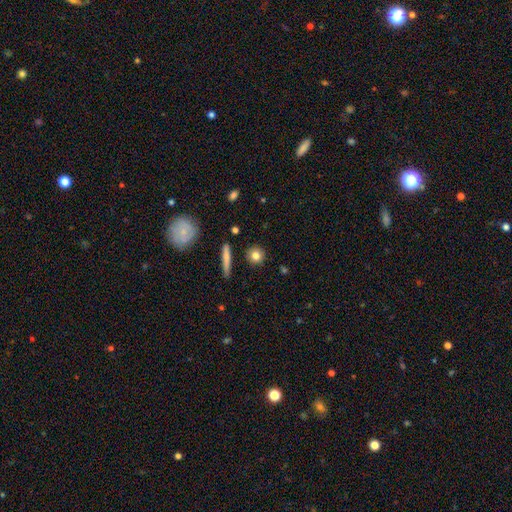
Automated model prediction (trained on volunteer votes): Q: Smooth or featured?
A: smooth (80%); runner-up: featured or disk (11%)
Q: How rounded?
A: round (85%); runner-up: in between (10%)
Q: Merging?
A: none (88%); runner-up: minor disturbance (7%)